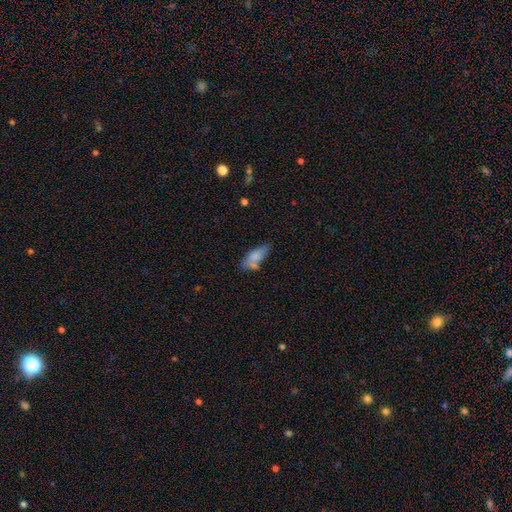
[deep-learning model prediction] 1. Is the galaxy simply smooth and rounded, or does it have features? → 77% smooth, 15% featured or disk, 8% star or artifact.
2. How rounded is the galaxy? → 73% in between, 24% cigar-shaped, 3% round.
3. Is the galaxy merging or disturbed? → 50% none, 23% minor disturbance, 19% merger, 8% major disturbance.